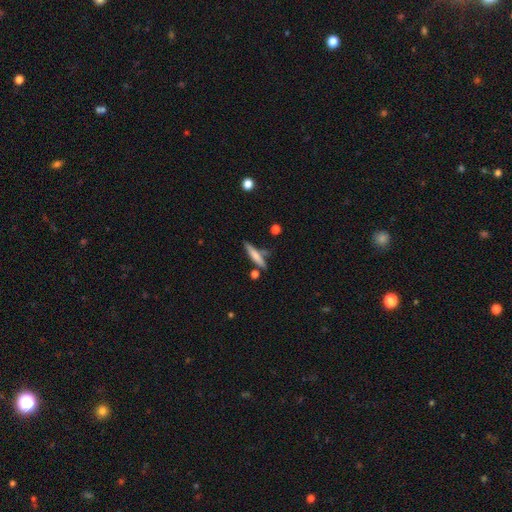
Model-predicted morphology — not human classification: A smooth galaxy with no disk features (62%) that is cigar-shaped (87%).

Vote fractions:
- Smooth or featured? smooth: 62% / featured or disk: 31% / star or artifact: 7%
- How rounded? cigar-shaped: 87% / in between: 10% / round: 2%
- Merging? none: 70% / minor disturbance: 16% / merger: 9% / major disturbance: 4%